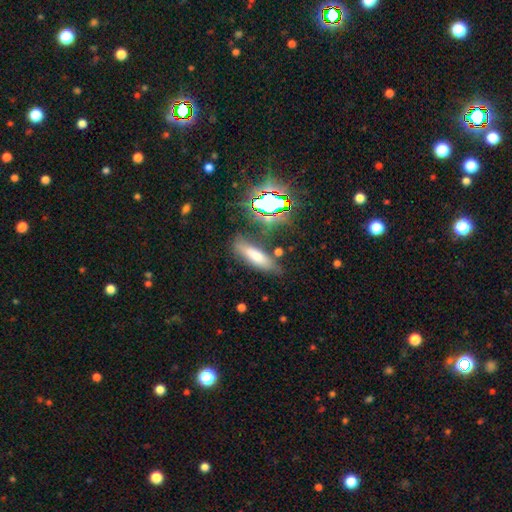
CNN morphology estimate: Overall: smooth (66%). How rounded: cigar-shaped (55%; in between 42%). Merging: none (70%).